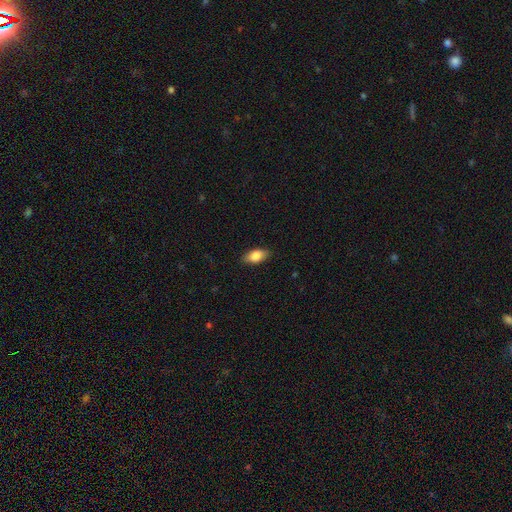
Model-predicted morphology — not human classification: Smooth or featured?
  - smooth: 82% *
  - featured or disk: 12%
  - star or artifact: 7%
How rounded?
  - in between: 89% *
  - cigar-shaped: 7%
  - round: 4%
Merging?
  - none: 86% *
  - minor disturbance: 11%
  - major disturbance: 2%
  - merger: 1%